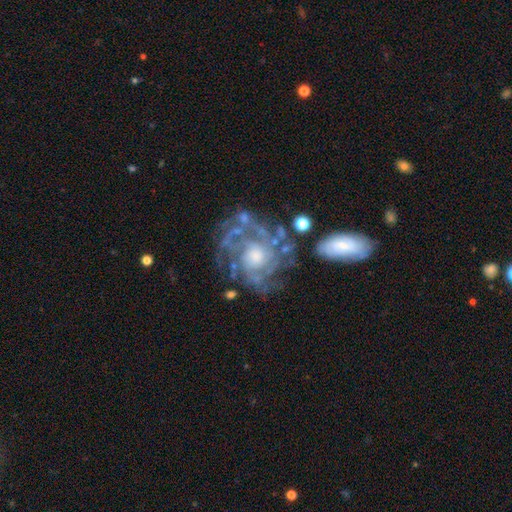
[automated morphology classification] Smooth or featured? featured or disk (86%)
Edge-on disk? no (97%)
Bar? no (78%)
Spiral arms? yes (90%)
Spiral winding? tight (59%)
Spiral arm count? can't tell (38%)
Bulge size? moderate (53%)
Merging? none (59%)